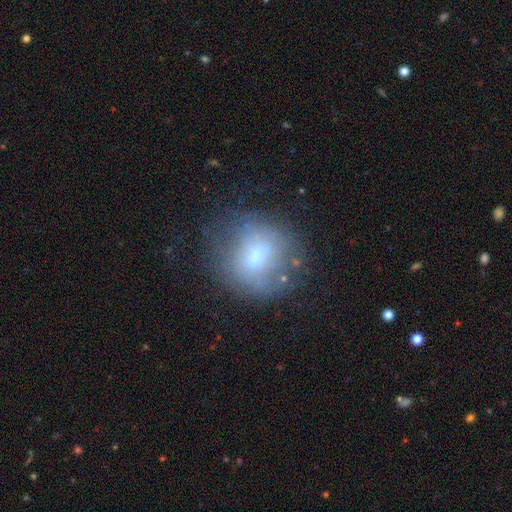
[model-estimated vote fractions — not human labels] smooth-or-featured: smooth: 47% | featured or disk: 38% | star or artifact: 14%
  merging: none: 54% | minor disturbance: 20% | major disturbance: 15% | merger: 10%